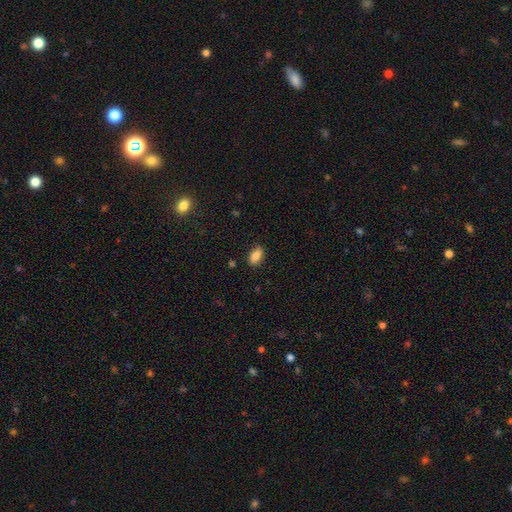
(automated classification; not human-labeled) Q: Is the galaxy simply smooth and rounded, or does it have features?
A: smooth — 85%.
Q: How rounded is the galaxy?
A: in between — 90%.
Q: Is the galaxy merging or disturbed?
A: none — 83%.